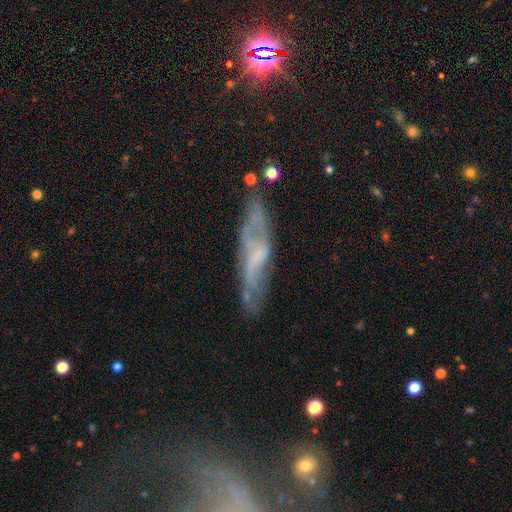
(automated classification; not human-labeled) Q: Smooth or featured?
A: featured or disk (62%); runner-up: smooth (30%)
Q: Edge-on disk?
A: no (57%); runner-up: yes (43%)
Q: Merging?
A: none (63%); runner-up: minor disturbance (23%)